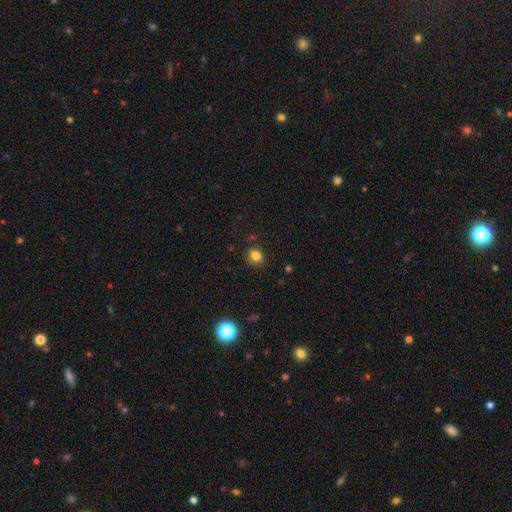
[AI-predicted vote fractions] A smooth galaxy with no disk features (82%) that is round (65%).

Vote fractions:
- Smooth or featured? smooth: 82% / star or artifact: 13% / featured or disk: 6%
- How rounded? round: 65% / in between: 34% / cigar-shaped: 1%
- Merging? none: 83% / minor disturbance: 12% / major disturbance: 3% / merger: 2%